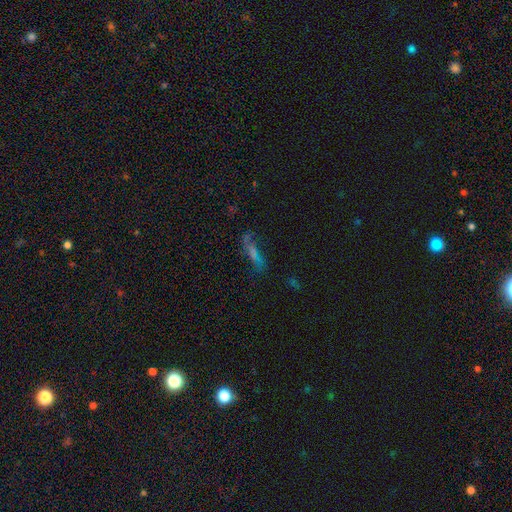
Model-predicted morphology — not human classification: Smooth or featured: featured or disk — 45% (smooth — 33%)
Merging: none — 61% (minor disturbance — 20%)